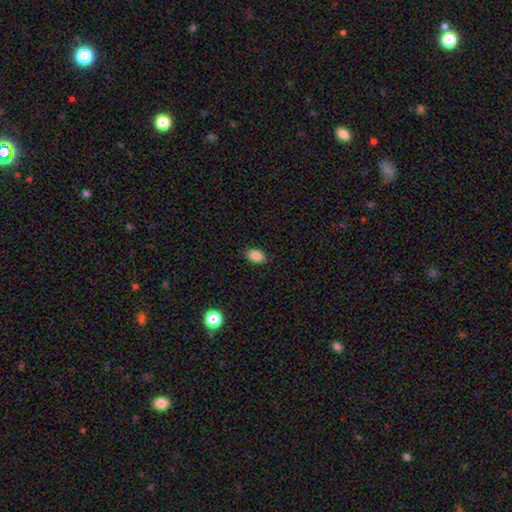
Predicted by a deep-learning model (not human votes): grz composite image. It shows a smooth galaxy with no disk features (87%) that is in between round and cigar-shaped (88%). Merging: none (87%).